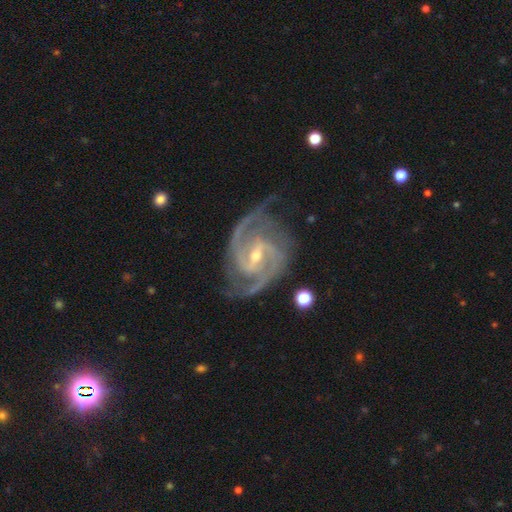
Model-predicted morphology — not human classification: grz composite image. It shows a featured or disk galaxy (94%) with a weak bar (46%), 2 (73%) medium (55%) spiral arms (99%) and a small central bulge (56%). Merging: none (71%).